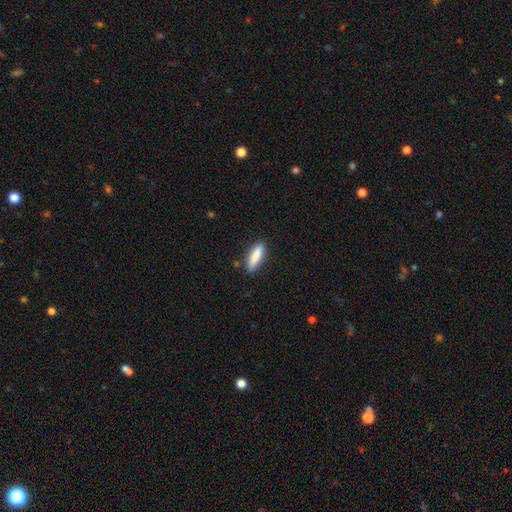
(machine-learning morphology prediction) smooth-or-featured: smooth: 84% | featured or disk: 10% | star or artifact: 6%
  how-rounded: cigar-shaped: 57% | in between: 41% | round: 2%
  merging: none: 84% | minor disturbance: 11% | major disturbance: 2% | merger: 2%